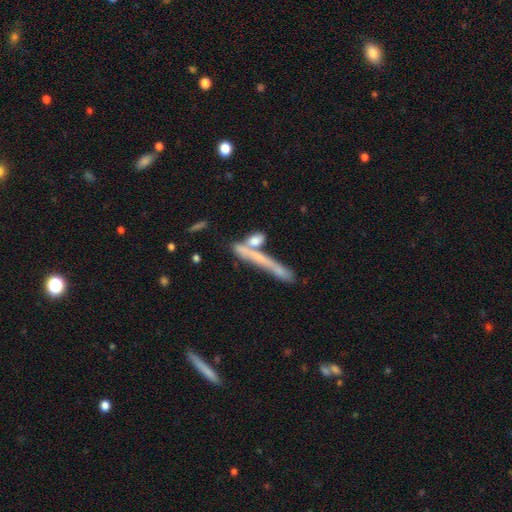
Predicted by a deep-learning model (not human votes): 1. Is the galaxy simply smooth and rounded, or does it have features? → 46% featured or disk, 43% smooth, 11% star or artifact.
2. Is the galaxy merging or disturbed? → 51% none, 27% merger, 14% minor disturbance, 9% major disturbance.